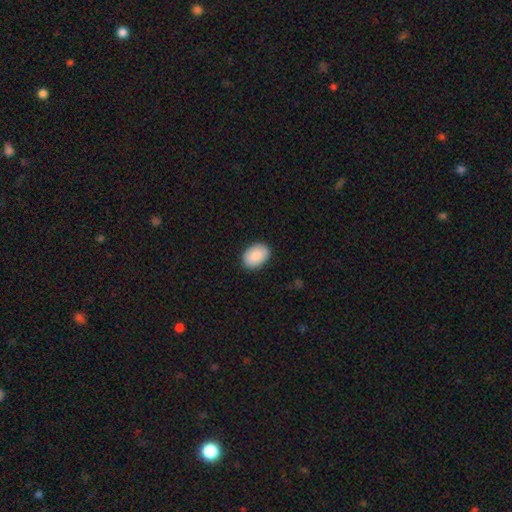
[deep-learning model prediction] Smooth or featured? smooth (89%)
How rounded? in between (84%)
Merging? none (89%)